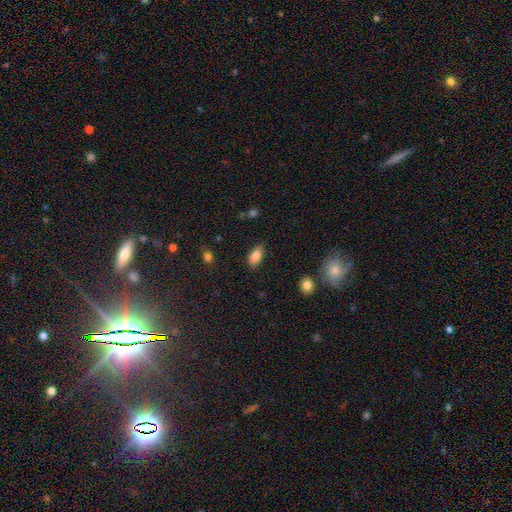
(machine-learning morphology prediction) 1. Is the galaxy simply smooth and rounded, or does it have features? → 84% smooth, 8% featured or disk, 8% star or artifact.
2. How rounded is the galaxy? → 91% in between, 5% round, 4% cigar-shaped.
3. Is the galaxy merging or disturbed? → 76% none, 19% minor disturbance, 3% major disturbance, 2% merger.